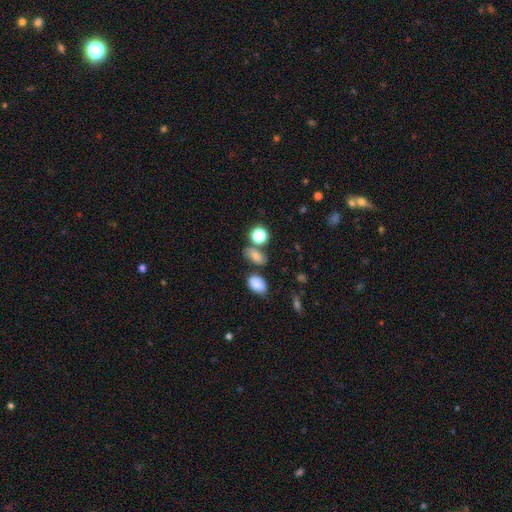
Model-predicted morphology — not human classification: The model was most divided on "how rounded": in between: 66%, round: 31%, cigar-shaped: 3%. More confident: smooth or featured — smooth (75%); merging — none (66%).